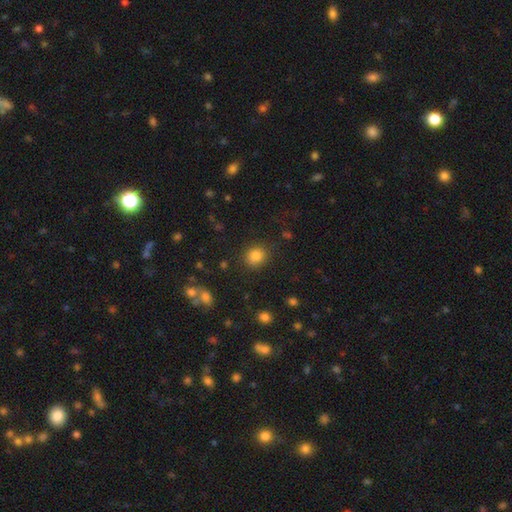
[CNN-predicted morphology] This is clearly a smooth galaxy (83%). How rounded: likely round (80%). Merging: clearly none (86%).